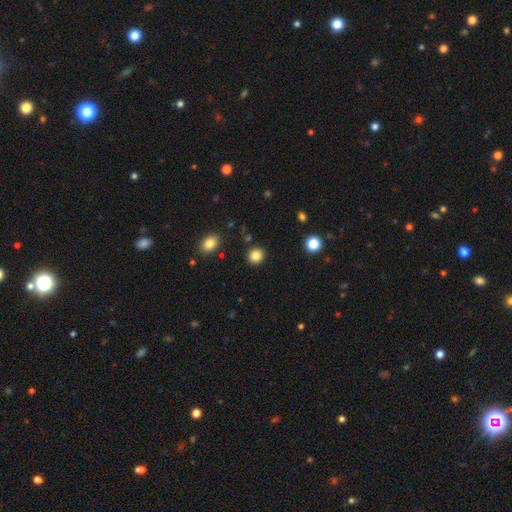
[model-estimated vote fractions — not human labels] Overall: smooth (84%). How rounded: round (84%). Merging: none (90%).